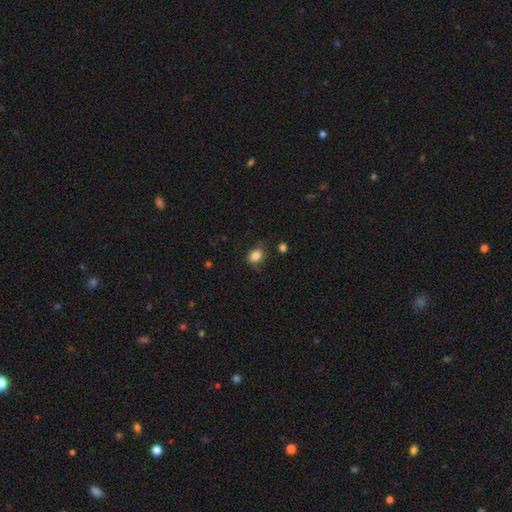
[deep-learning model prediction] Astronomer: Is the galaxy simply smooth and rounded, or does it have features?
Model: smooth — 84%.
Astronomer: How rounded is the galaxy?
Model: round — 51% (runner-up: in between, 48%).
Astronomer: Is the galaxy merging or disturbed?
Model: none — 76%.